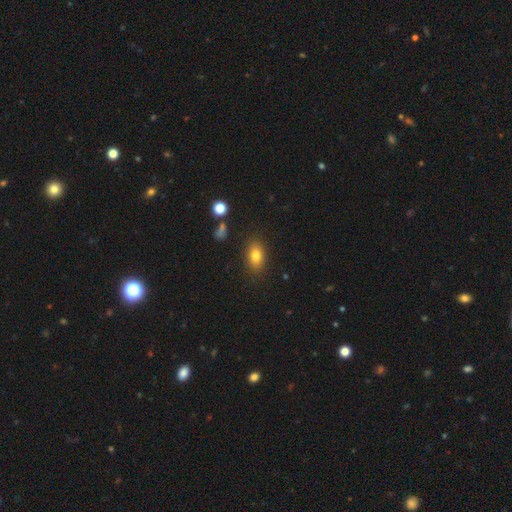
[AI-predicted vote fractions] smooth-or-featured: smooth: 81% | star or artifact: 10% | featured or disk: 9%
  how-rounded: in between: 84% | round: 13% | cigar-shaped: 3%
  merging: none: 85% | minor disturbance: 10% | major disturbance: 3% | merger: 2%